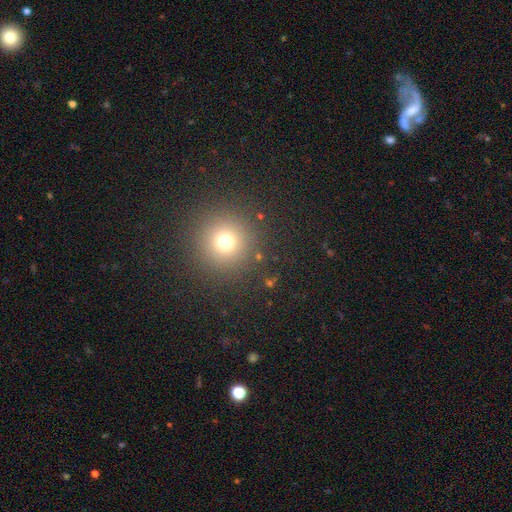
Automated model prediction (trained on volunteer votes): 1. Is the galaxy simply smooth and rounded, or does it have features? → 67% smooth, 26% star or artifact, 7% featured or disk.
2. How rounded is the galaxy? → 96% round, 3% in between, 1% cigar-shaped.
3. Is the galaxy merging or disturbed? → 92% none, 5% minor disturbance, 2% major disturbance, 2% merger.